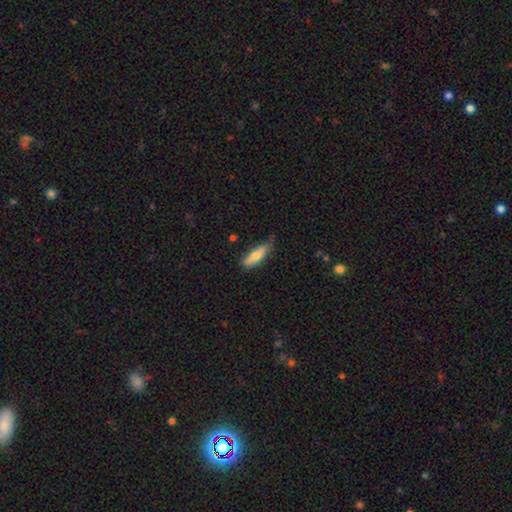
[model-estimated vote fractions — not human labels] This appears to be a smooth galaxy with no disk features (67%) that is cigar-shaped (54%). Merging: none (64%).